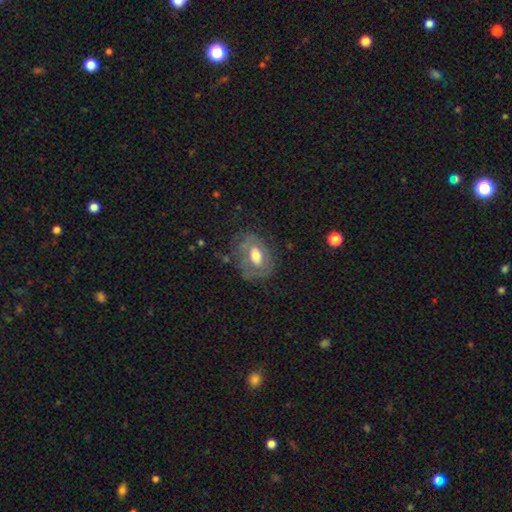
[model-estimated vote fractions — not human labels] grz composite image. It shows a featured or disk galaxy (58%) with no bar (63%), no spiral arms (52%) and a moderate central bulge (58%). Merging: none (63%).